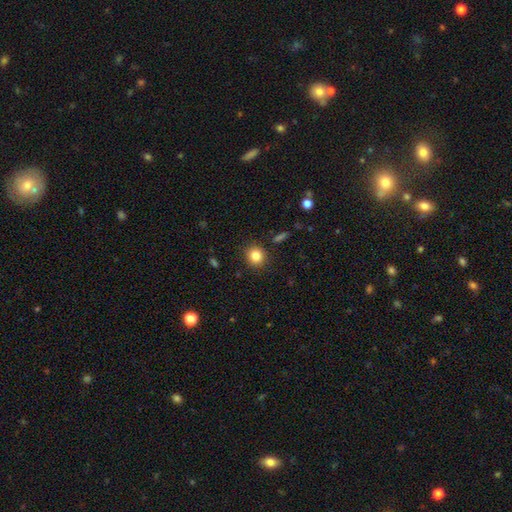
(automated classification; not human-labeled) Q: Smooth or featured?
A: smooth (84%); runner-up: star or artifact (11%)
Q: How rounded?
A: round (88%); runner-up: in between (11%)
Q: Merging?
A: none (90%); runner-up: minor disturbance (7%)